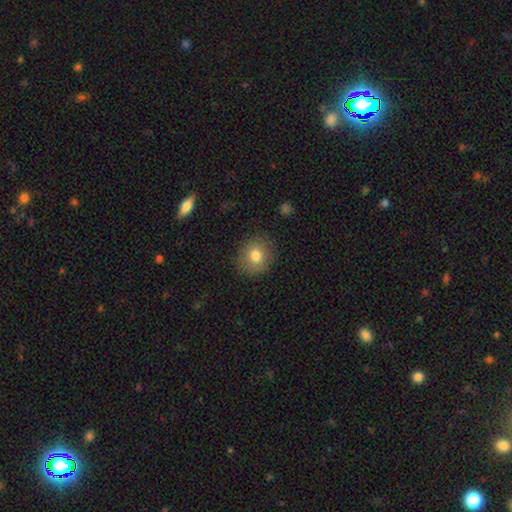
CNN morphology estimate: type=smooth (79%); roundness=round (79%); merging=none (87%).